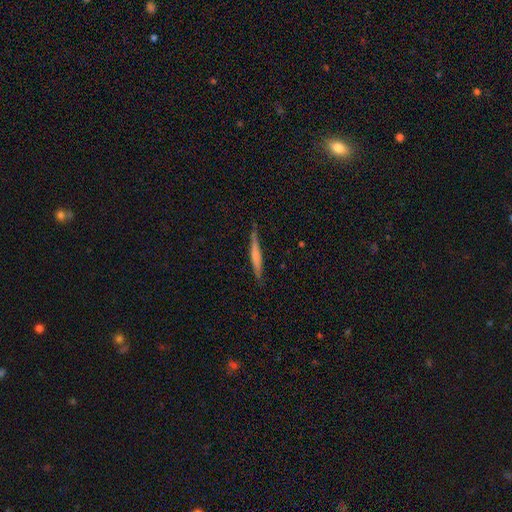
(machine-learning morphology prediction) Smooth or featured? Predicted: smooth (p=0.52). How rounded? Predicted: cigar-shaped (p=0.95). Merging? Predicted: none (p=0.81).